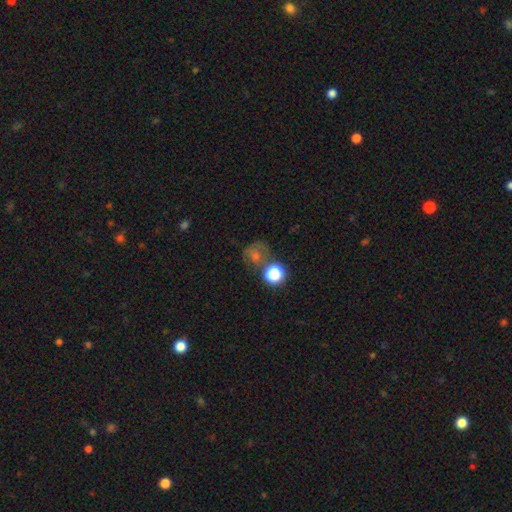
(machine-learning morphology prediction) Smooth or featured? Predicted: smooth (p=0.46). Merging? Predicted: none (p=0.49).